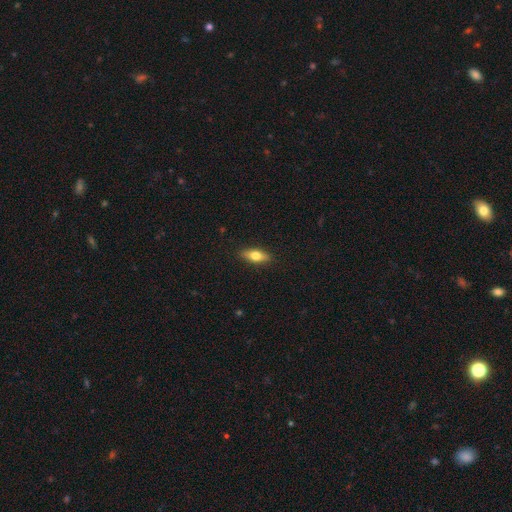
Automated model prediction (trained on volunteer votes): Overall: smooth (69%). How rounded: in between (71%). Merging: none (89%).